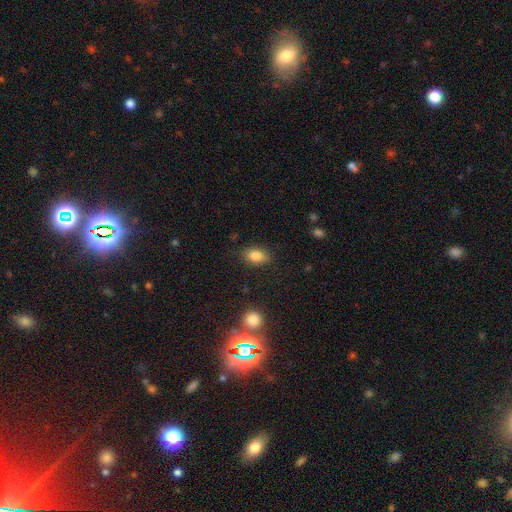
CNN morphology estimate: A smooth galaxy with no disk features (84%) that is in between round and cigar-shaped (83%). Merging: none (82%).